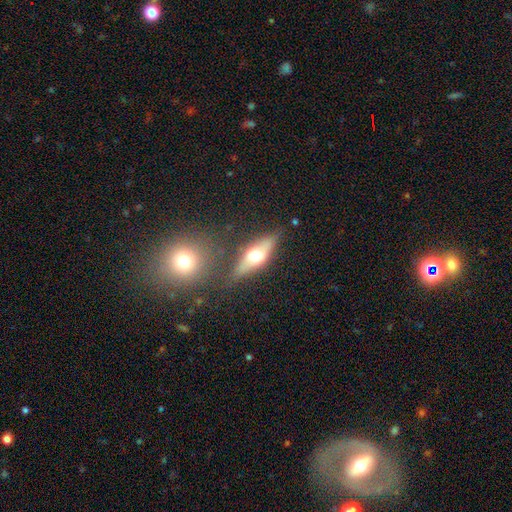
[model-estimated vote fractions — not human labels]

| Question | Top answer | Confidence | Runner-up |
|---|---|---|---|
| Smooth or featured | featured or disk | 47% | smooth (46%) |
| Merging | none | 70% | minor disturbance (17%) |